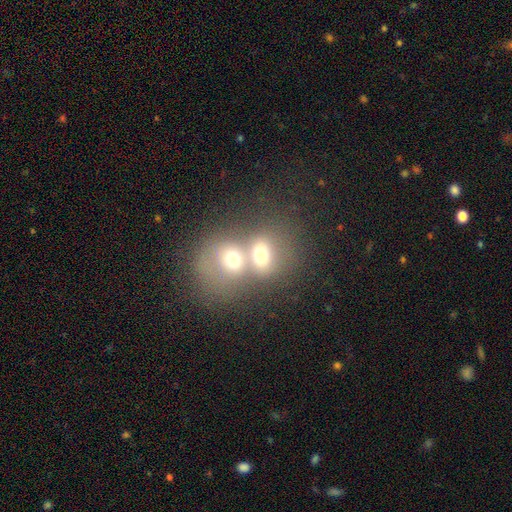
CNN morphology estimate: The model was most divided on "how rounded": round: 55%, in between: 43%, cigar-shaped: 1%. More confident: merging — merger (79%); smooth or featured — smooth (58%).